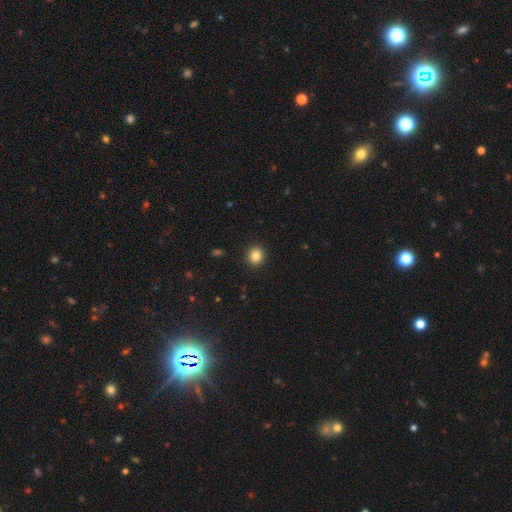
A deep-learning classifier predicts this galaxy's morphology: This appears to be a smooth galaxy with no disk features (84%) that is round (86%). Merging: none (92%).